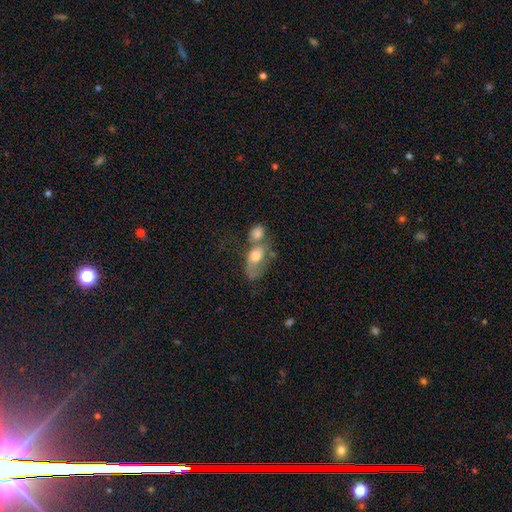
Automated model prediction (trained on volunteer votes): smooth 60%, featured or disk 31%, star or artifact 9%. Down the decision tree: how rounded — in between (80%); merging — merger (55%).